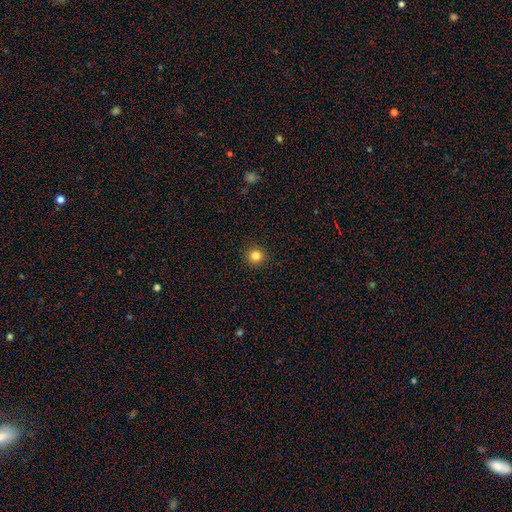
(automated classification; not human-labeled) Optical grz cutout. It shows a smooth galaxy with no disk features (83%) that is round (94%). Merging: none (92%).